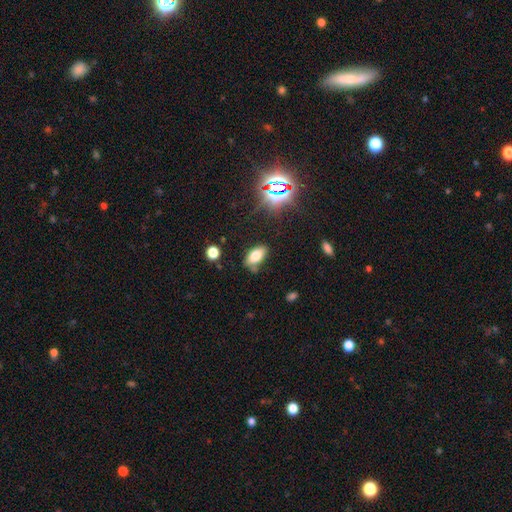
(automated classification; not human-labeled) Morphology: type=smooth (71%); roundness=in between (89%); merging=none (68%).